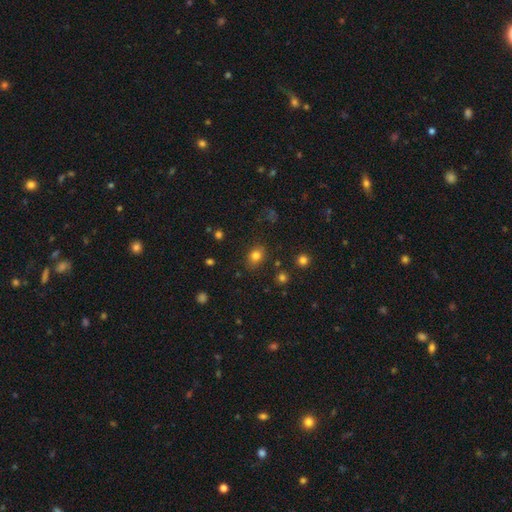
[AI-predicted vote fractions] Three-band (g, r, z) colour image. It shows a smooth galaxy with no disk features (80%) that is in between round and cigar-shaped (60%). Merging: none (82%).